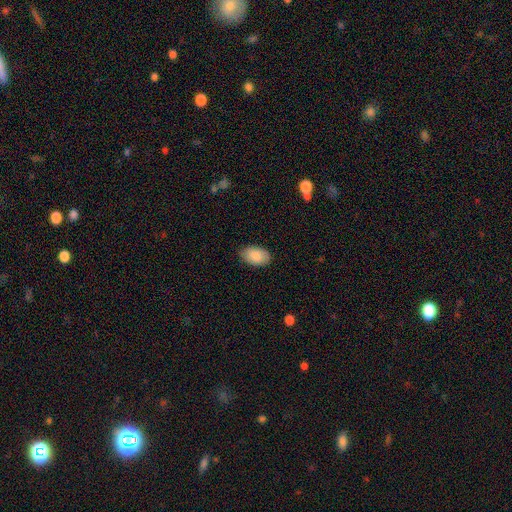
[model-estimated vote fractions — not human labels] Q: Smooth or featured?
A: smooth (89%); runner-up: star or artifact (6%)
Q: How rounded?
A: in between (93%); runner-up: round (6%)
Q: Merging?
A: none (84%); runner-up: minor disturbance (12%)